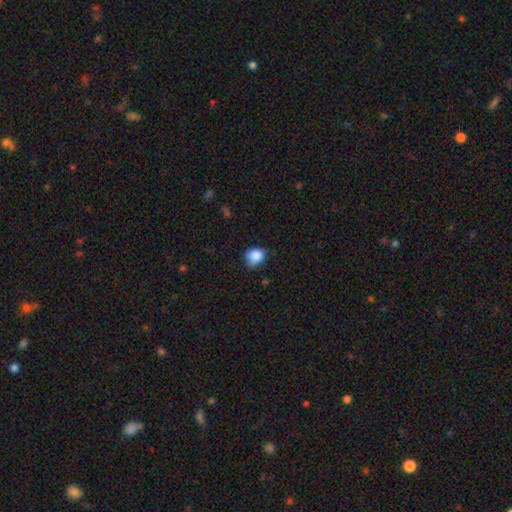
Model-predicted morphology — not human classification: Smooth or featured? smooth (84%)
How rounded? round (61%)
Merging? none (55%)